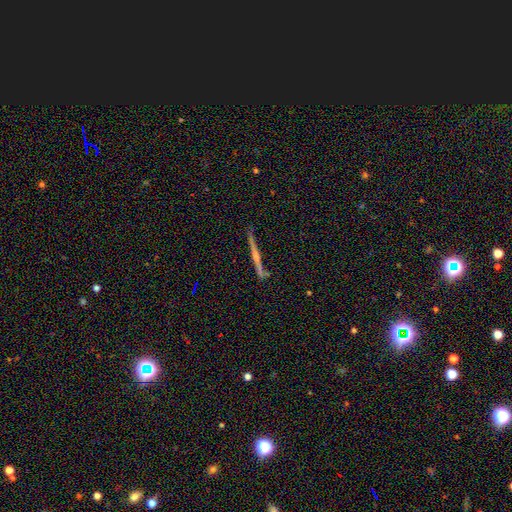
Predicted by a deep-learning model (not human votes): The model was most divided on "edge-on bulge": rounded: 45%, none: 44%, boxy: 11%. More confident: edge-on disk — yes (93%); merging — none (85%); smooth or featured — featured or disk (56%).